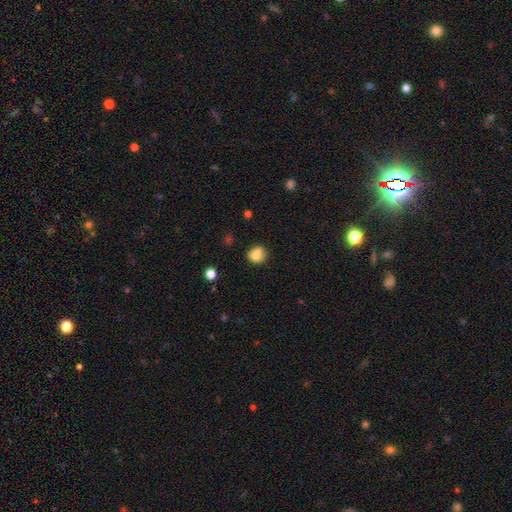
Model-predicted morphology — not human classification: Q: Smooth or featured?
A: smooth (78%); runner-up: featured or disk (11%)
Q: How rounded?
A: round (75%); runner-up: in between (24%)
Q: Merging?
A: none (55%); runner-up: minor disturbance (22%)